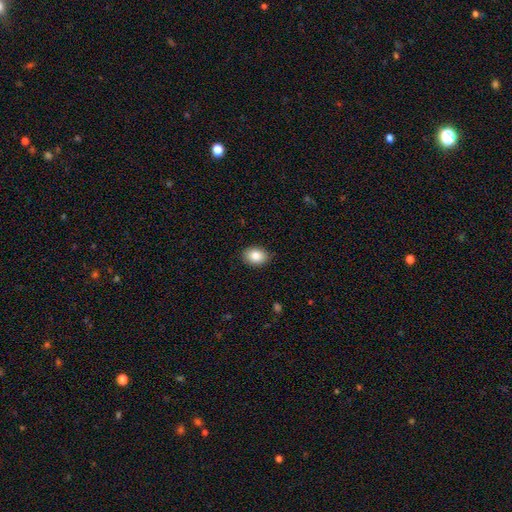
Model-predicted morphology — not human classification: smooth 86%, star or artifact 8%, featured or disk 6%. Down the decision tree: how rounded — in between (74%); merging — none (87%).